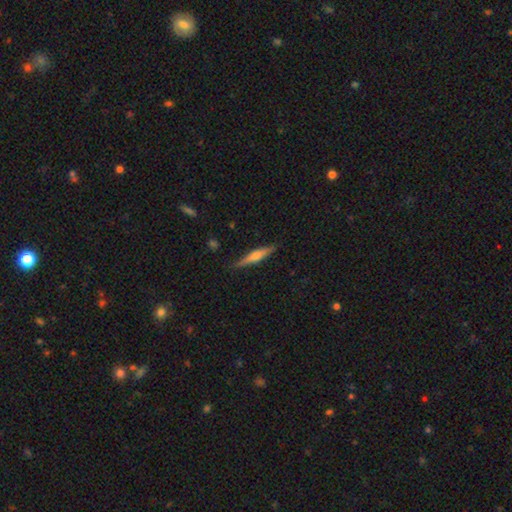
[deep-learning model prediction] smooth_or_featured: featured or disk (p=0.49) [alt: smooth p=0.45]
merging: none (p=0.86) [alt: minor disturbance p=0.11]